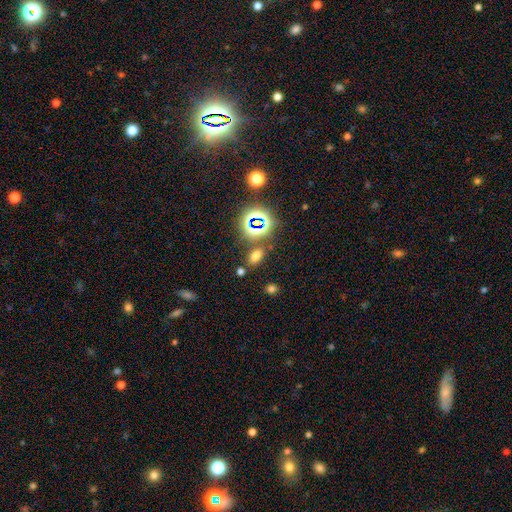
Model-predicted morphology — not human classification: Smooth or featured: smooth — 62% (star or artifact — 30%)
How rounded: in between — 79% (round — 17%)
Merging: none — 79% (minor disturbance — 10%)